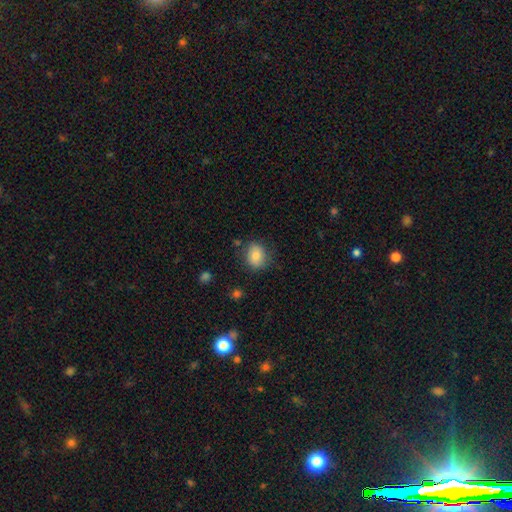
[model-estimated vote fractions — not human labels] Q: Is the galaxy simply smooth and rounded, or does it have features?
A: smooth — 80%.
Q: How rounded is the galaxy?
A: round — 60%.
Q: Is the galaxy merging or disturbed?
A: none — 78%.